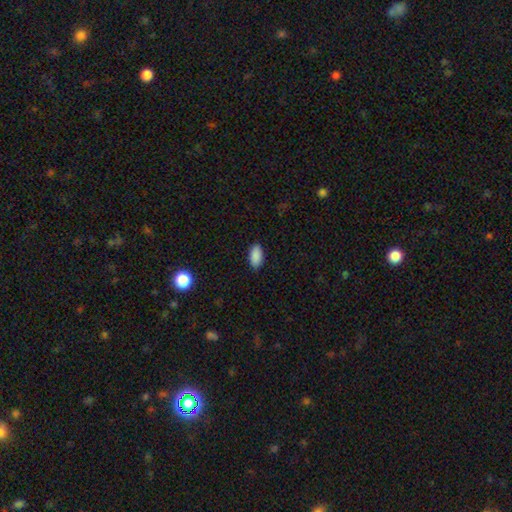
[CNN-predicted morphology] type=smooth (89%); roundness=in between (93%); merging=none (88%).